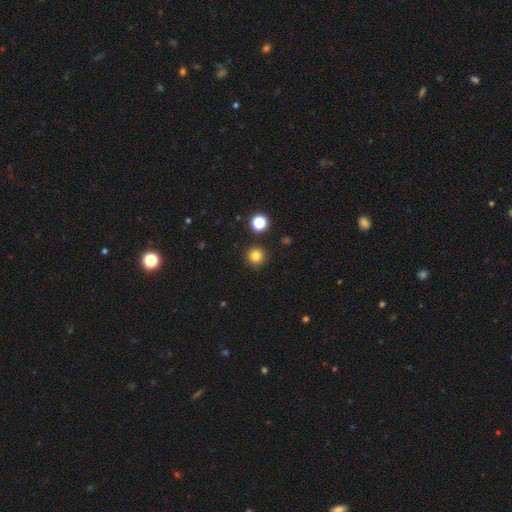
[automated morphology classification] This is clearly a smooth galaxy (81%). How rounded: clearly round (95%). Merging: clearly none (90%).